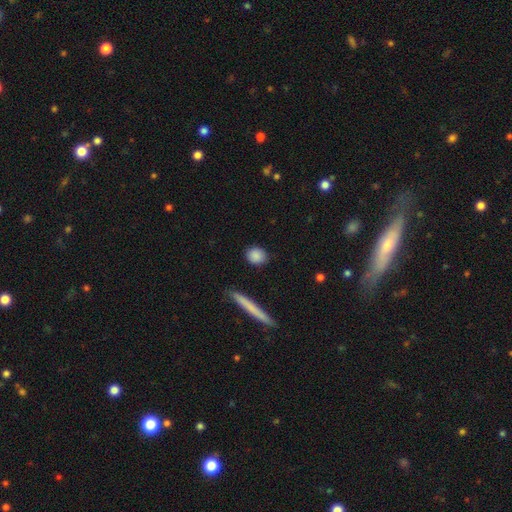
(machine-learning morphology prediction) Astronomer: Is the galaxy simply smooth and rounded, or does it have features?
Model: smooth — 87%.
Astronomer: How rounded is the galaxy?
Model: round — 72%.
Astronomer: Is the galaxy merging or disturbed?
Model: none — 87%.